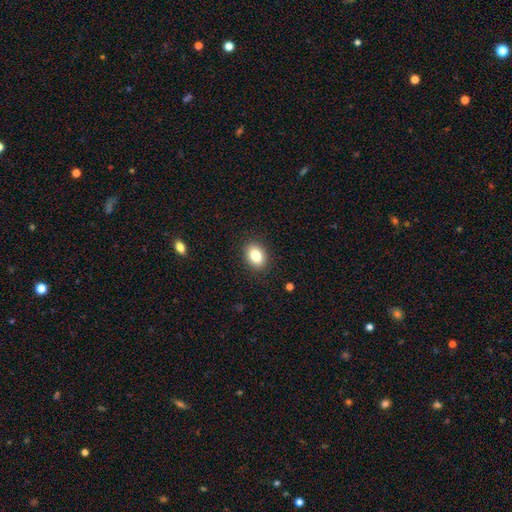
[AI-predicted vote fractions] smooth_or_featured: smooth (p=0.83) [alt: star or artifact p=0.09]
how_rounded: in between (p=0.73) [alt: round p=0.26]
merging: none (p=0.89) [alt: minor disturbance p=0.08]